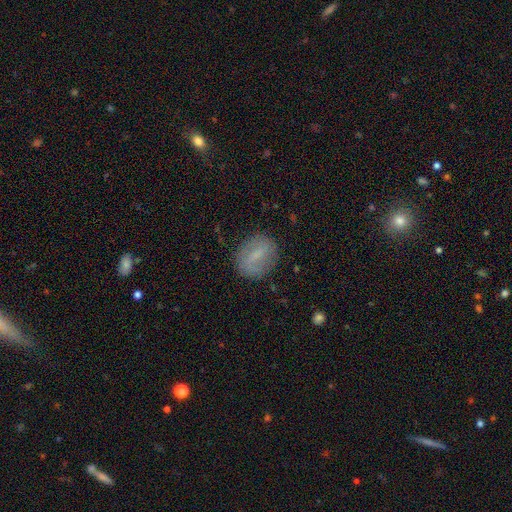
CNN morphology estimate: Smooth or featured?
  - smooth: 56% *
  - featured or disk: 35%
  - star or artifact: 9%
How rounded?
  - in between: 56% *
  - round: 41%
  - cigar-shaped: 3%
Merging?
  - none: 81% *
  - minor disturbance: 13%
  - major disturbance: 4%
  - merger: 1%